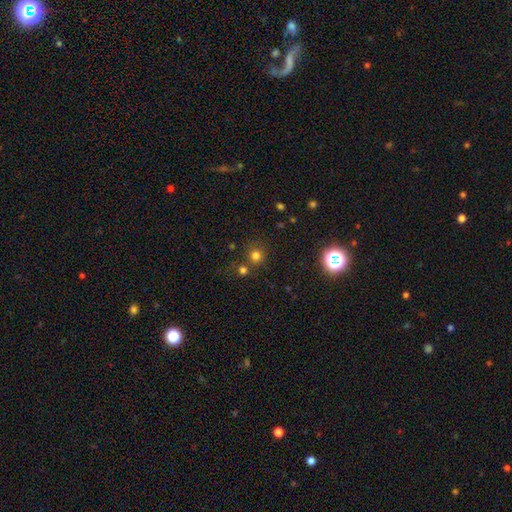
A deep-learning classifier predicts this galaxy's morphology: Q: Smooth or featured?
A: smooth (72%); runner-up: star or artifact (21%)
Q: How rounded?
A: round (89%); runner-up: in between (10%)
Q: Merging?
A: none (67%); runner-up: merger (19%)